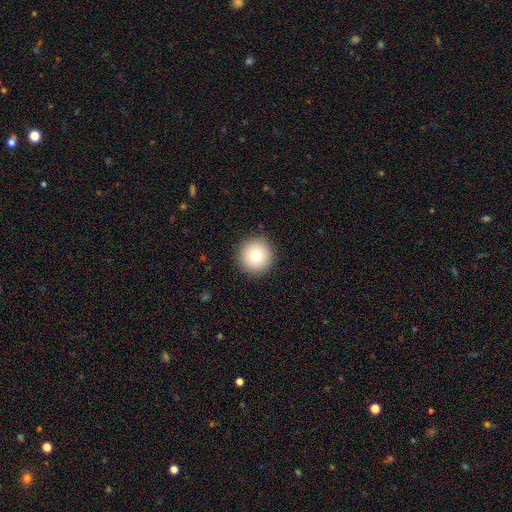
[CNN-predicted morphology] smooth 75%, featured or disk 14%, star or artifact 11%. Down the decision tree: how rounded — round (96%); merging — none (92%).